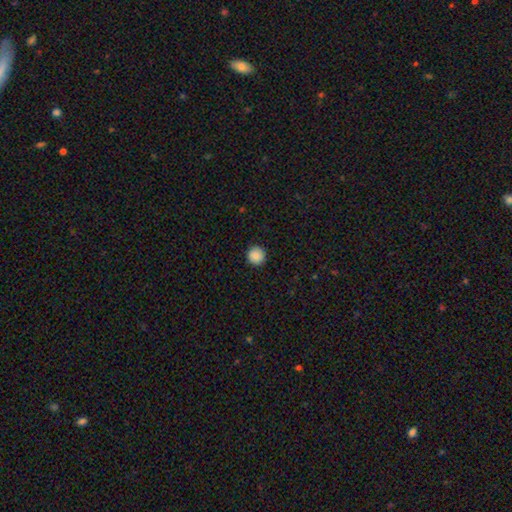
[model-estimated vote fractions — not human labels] The model was most divided on "smooth or featured": smooth: 89%, star or artifact: 8%, featured or disk: 3%. More confident: how rounded — round (95%); merging — none (93%).